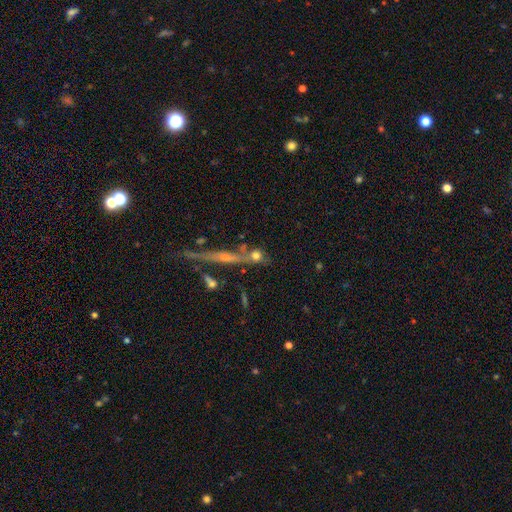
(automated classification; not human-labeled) Smooth or featured? Predicted: smooth (p=0.62). How rounded? Predicted: round (p=0.66). Merging? Predicted: none (p=0.58).